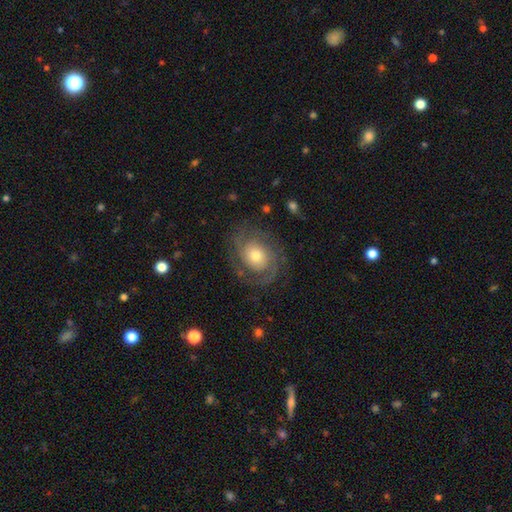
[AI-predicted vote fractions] Q: Smooth or featured?
A: featured or disk (81%); runner-up: smooth (13%)
Q: Edge-on disk?
A: no (97%); runner-up: yes (3%)
Q: Bar?
A: no (77%); runner-up: weak (18%)
Q: Spiral arms?
A: yes (94%); runner-up: no (6%)
Q: Spiral winding?
A: tight (54%); runner-up: medium (36%)
Q: Spiral arm count?
A: 2 (67%); runner-up: can't tell (13%)
Q: Bulge size?
A: moderate (60%); runner-up: small (26%)
Q: Merging?
A: none (78%); runner-up: minor disturbance (13%)